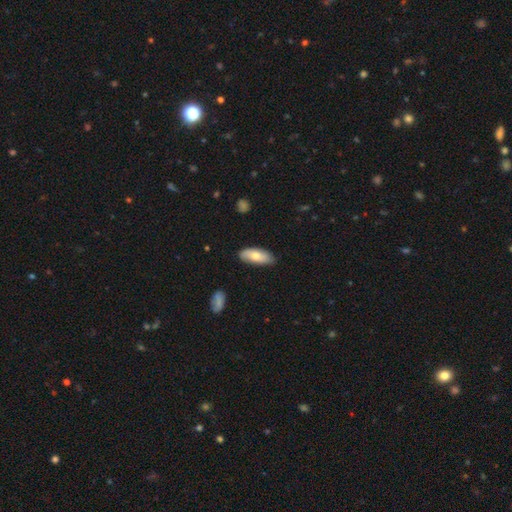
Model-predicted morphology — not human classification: smooth_or_featured: smooth (p=0.69) [alt: featured or disk p=0.25]
how_rounded: in between (p=0.81) [alt: cigar-shaped p=0.17]
merging: none (p=0.82) [alt: minor disturbance p=0.14]